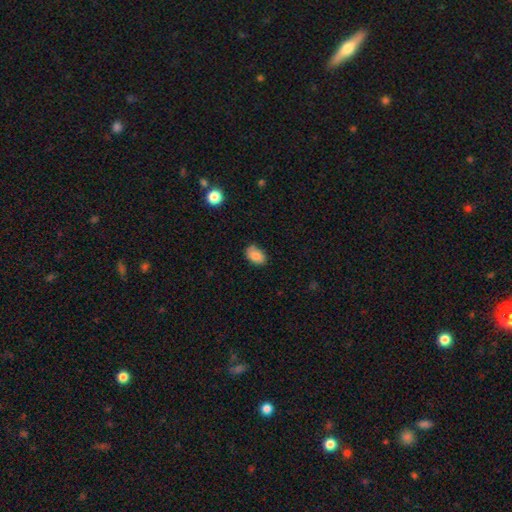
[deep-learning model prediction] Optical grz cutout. It shows a smooth galaxy with no disk features (85%) that is in between round and cigar-shaped (89%). Merging: none (75%).